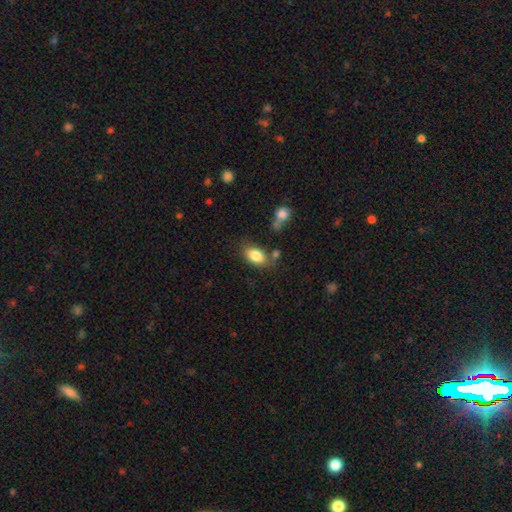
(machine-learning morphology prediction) smooth 84%, featured or disk 9%, star or artifact 8%. Down the decision tree: how rounded — in between (88%); merging — none (70%).